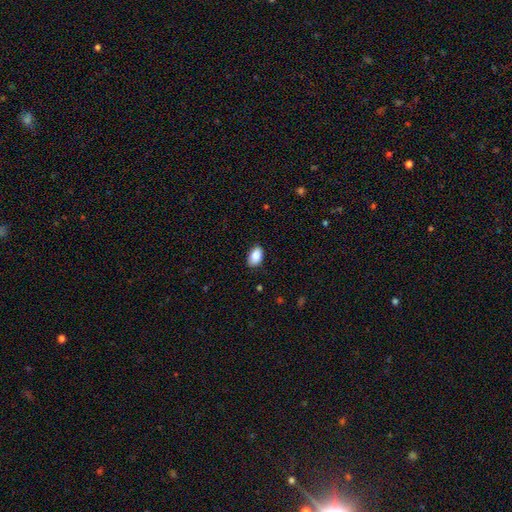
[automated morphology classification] smooth_or_featured: smooth (p=0.90) [alt: star or artifact p=0.07]
how_rounded: in between (p=0.92) [alt: round p=0.06]
merging: none (p=0.85) [alt: minor disturbance p=0.12]